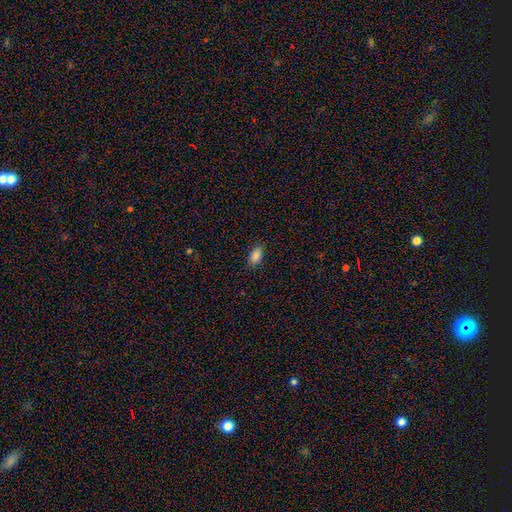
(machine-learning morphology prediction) Smooth or featured? smooth (85%)
How rounded? in between (90%)
Merging? none (86%)